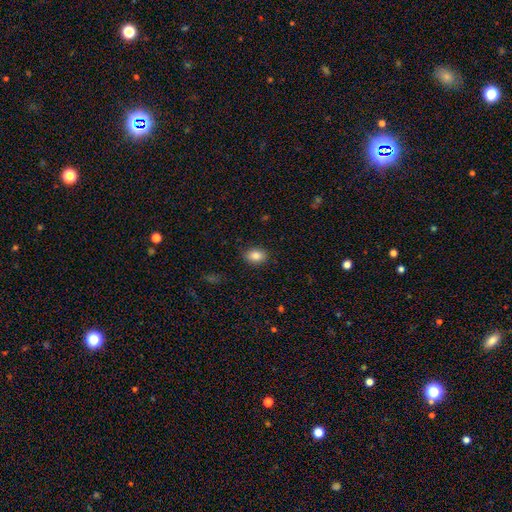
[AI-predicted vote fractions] Smooth or featured: smooth — 86% (star or artifact — 9%)
How rounded: in between — 77% (round — 22%)
Merging: none — 87% (minor disturbance — 10%)